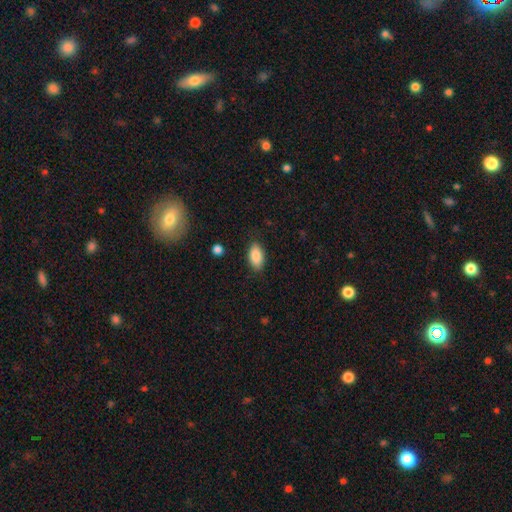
Volunteers were most divided on "smooth or featured": smooth: 84%, featured or disk: 13%, star or artifact: 3%. More confident: merging — none (92%); how rounded — in between (88%).